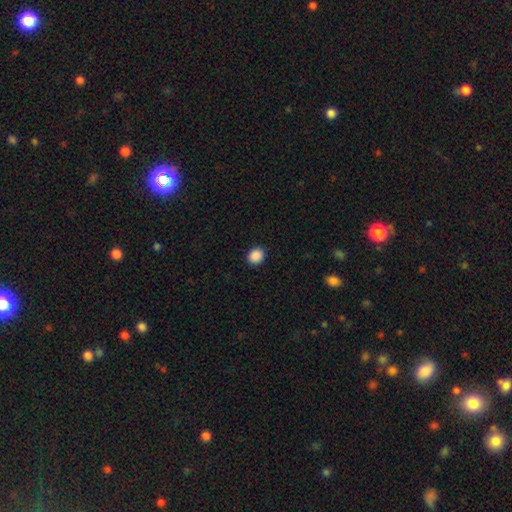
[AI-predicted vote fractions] The model was most divided on "how rounded": round: 74%, in between: 25%, cigar-shaped: 1%. More confident: merging — none (91%); smooth or featured — smooth (89%).